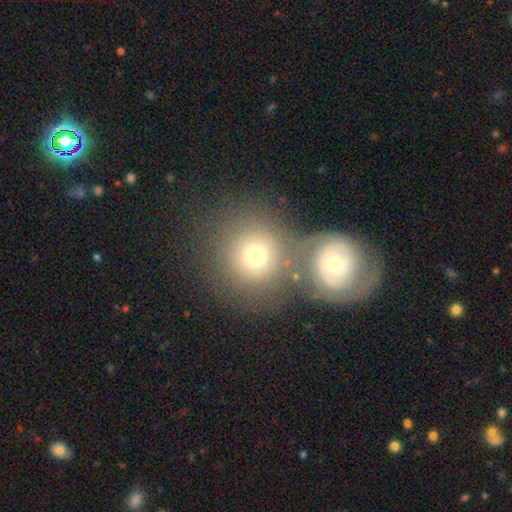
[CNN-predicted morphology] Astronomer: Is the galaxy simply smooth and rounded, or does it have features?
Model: smooth — 69%.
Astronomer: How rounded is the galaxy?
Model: round — 87%.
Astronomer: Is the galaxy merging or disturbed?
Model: none — 53% (runner-up: merger, 32%).